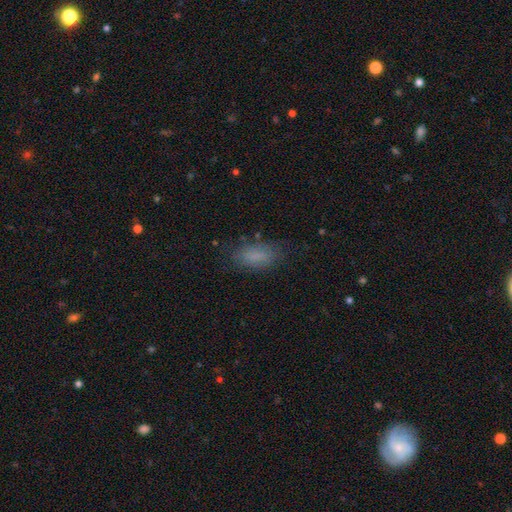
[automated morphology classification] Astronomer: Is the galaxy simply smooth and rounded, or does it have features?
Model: smooth — 81%.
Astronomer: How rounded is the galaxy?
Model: in between — 84%.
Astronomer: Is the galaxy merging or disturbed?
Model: none — 77%.